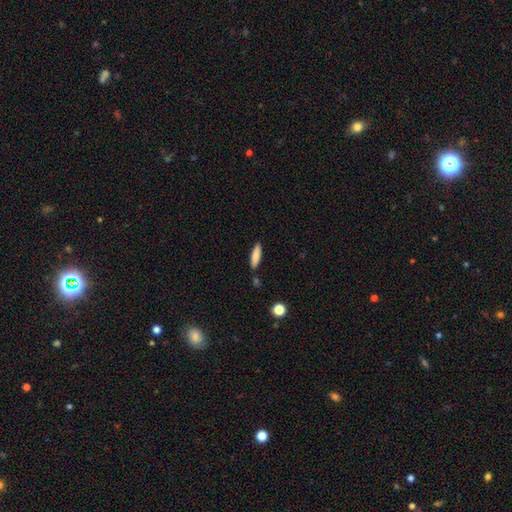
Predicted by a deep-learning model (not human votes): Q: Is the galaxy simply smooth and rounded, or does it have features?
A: smooth — 80%.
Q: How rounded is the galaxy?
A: cigar-shaped — 70%.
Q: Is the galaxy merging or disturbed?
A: none — 84%.